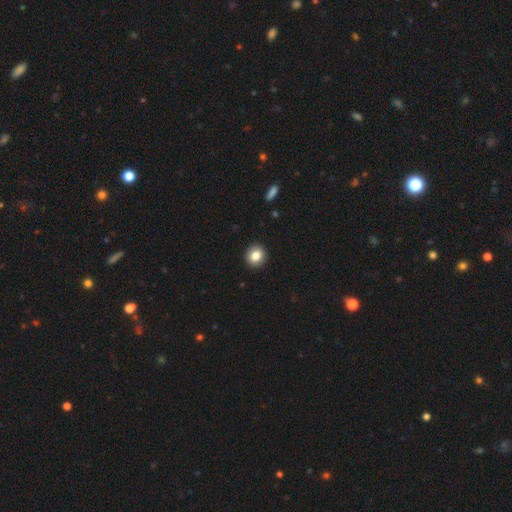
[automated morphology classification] Smooth or featured? smooth (84%)
How rounded? round (83%)
Merging? none (92%)